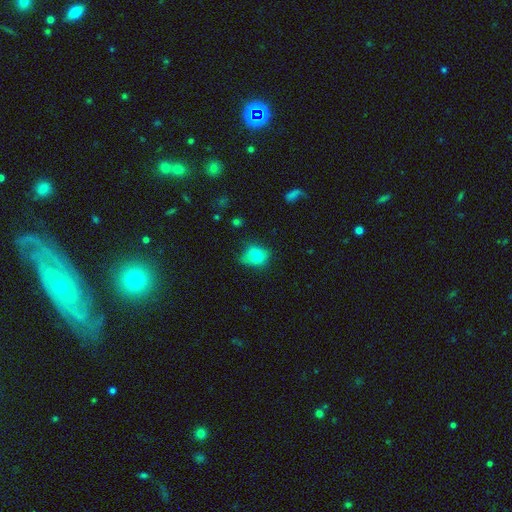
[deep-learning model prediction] This appears to be a smooth galaxy with no disk features (79%) that is round (53%). Merging: none (61%).